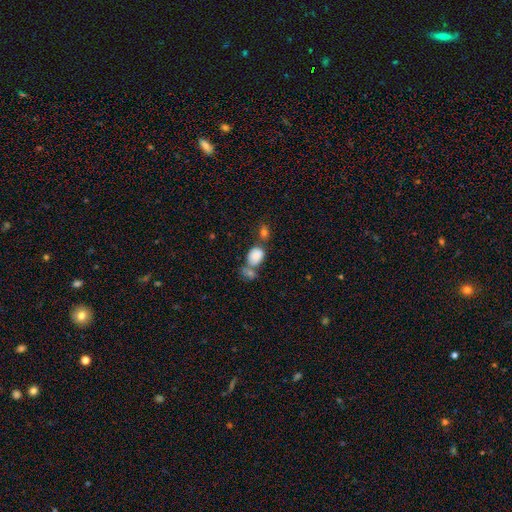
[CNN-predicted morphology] This is clearly a smooth galaxy (83%). How rounded: likely in between (72%). Merging: marginally merger (42%).